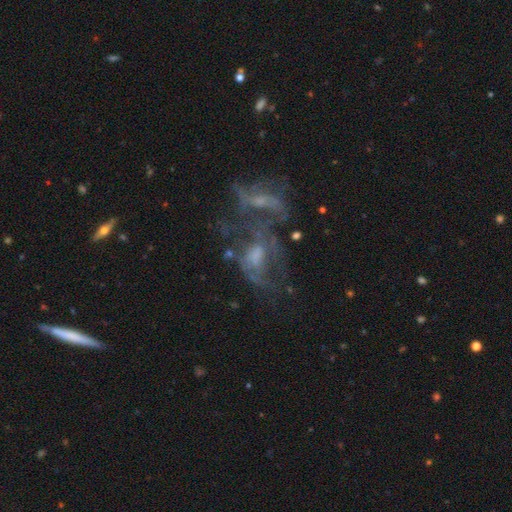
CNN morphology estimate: This appears to be a featured or disk galaxy (67%) with no bar (63%), spiral arms (55%) and a moderate central bulge (36%). Merging: merger (47%).